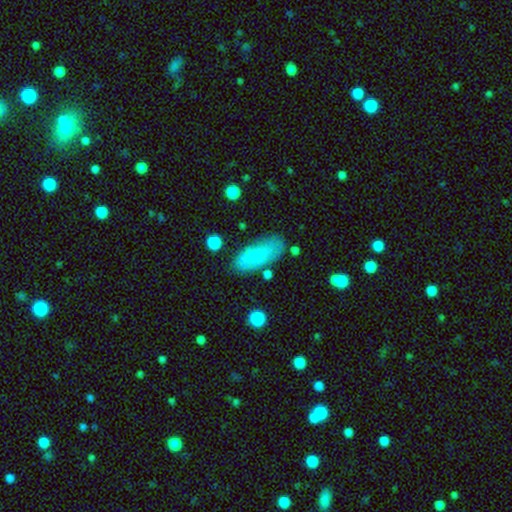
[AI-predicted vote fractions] Q: Smooth or featured?
A: smooth (75%); runner-up: featured or disk (18%)
Q: How rounded?
A: in between (84%); runner-up: cigar-shaped (14%)
Q: Merging?
A: none (76%); runner-up: minor disturbance (16%)